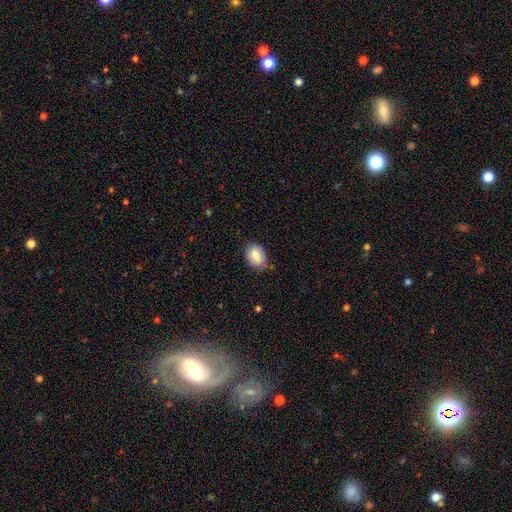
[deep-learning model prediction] Smooth or featured: smooth — 81% (featured or disk — 11%)
How rounded: in between — 81% (round — 18%)
Merging: none — 77% (minor disturbance — 18%)